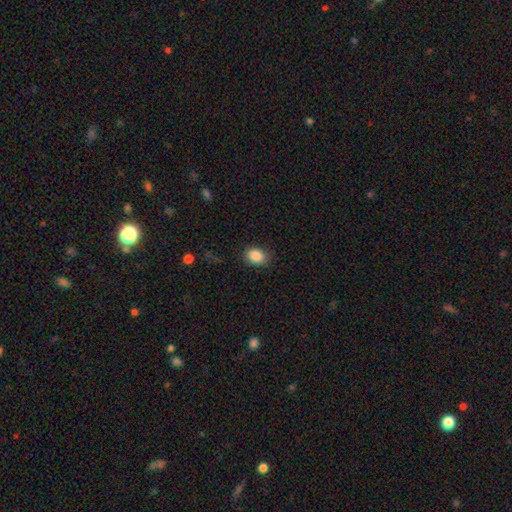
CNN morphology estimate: A smooth galaxy with no disk features (88%) that is in between round and cigar-shaped (62%). Merging: none (82%).